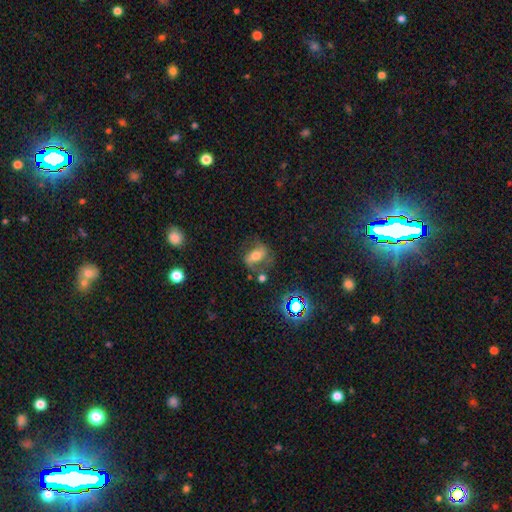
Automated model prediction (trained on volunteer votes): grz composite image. It shows a featured or disk galaxy (55%) with a strong bar (39%), spiral arms (82%) and a moderate central bulge (61%). Merging: none (59%).